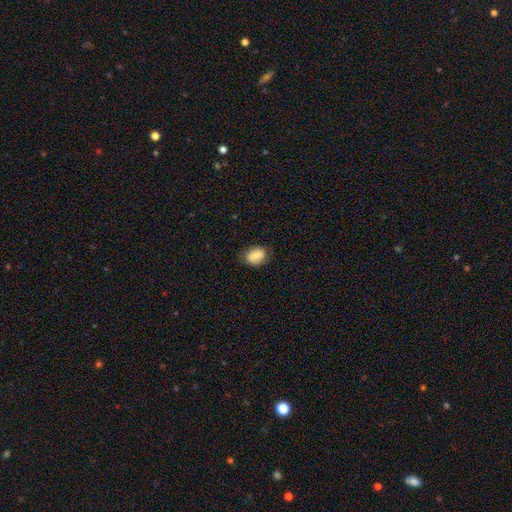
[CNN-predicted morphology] smooth 75%, featured or disk 17%, star or artifact 8%. Down the decision tree: how rounded — in between (73%); merging — none (77%).